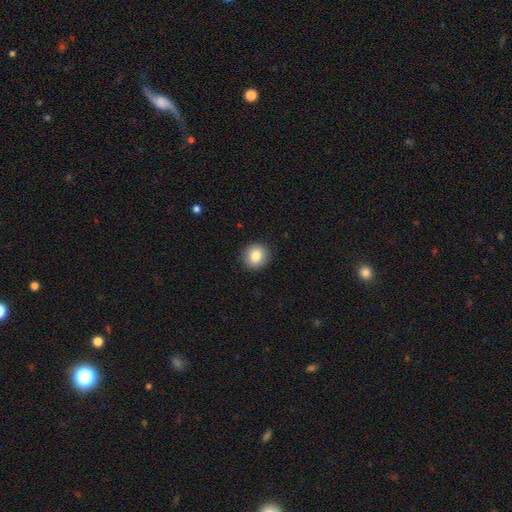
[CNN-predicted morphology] smooth 84%, star or artifact 9%, featured or disk 8%. Down the decision tree: how rounded — round (87%); merging — none (91%).